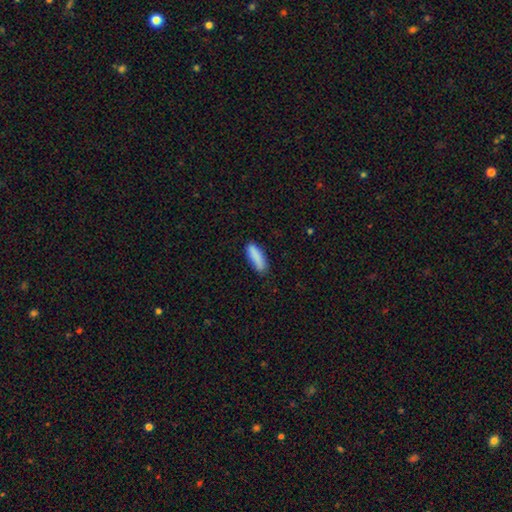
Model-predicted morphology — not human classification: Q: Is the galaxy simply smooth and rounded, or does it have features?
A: smooth — 88%.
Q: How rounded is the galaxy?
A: cigar-shaped — 54%.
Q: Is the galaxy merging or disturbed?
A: none — 81%.